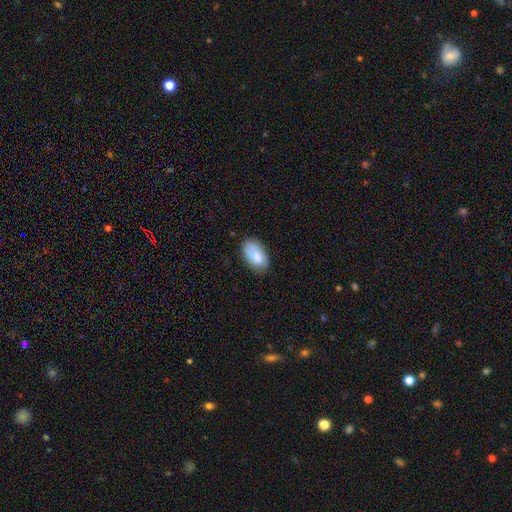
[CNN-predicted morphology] A smooth galaxy with no disk features (76%) that is in between round and cigar-shaped (93%). Merging: none (63%).